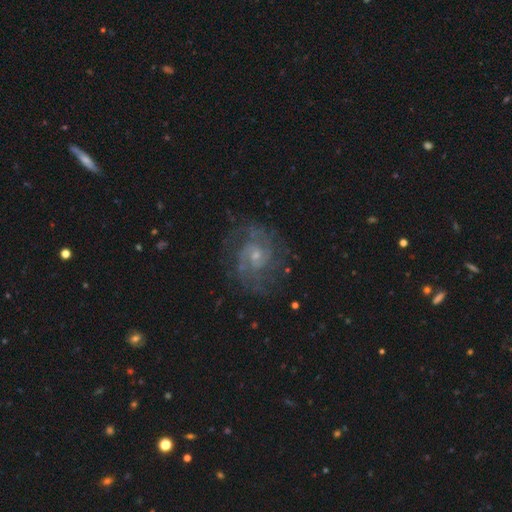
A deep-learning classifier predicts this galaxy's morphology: Smooth or featured?
  - featured or disk: 86% *
  - smooth: 7%
  - star or artifact: 7%
Edge-on disk?
  - no: 98% *
  - yes: 2%
Bar?
  - no: 58% *
  - weak: 37%
  - strong: 5%
Spiral arms?
  - yes: 96% *
  - no: 4%
Spiral winding?
  - medium: 46% *
  - tight: 43%
  - loose: 11%
Spiral arm count?
  - 2: 54% *
  - can't tell: 19%
  - 3: 14%
  - 4: 5%
  - 1: 4%
  - more than 4: 4%
Bulge size?
  - small: 67% *
  - moderate: 27%
  - none: 4%
  - large: 1%
  - dominant: 1%
Merging?
  - none: 74% *
  - minor disturbance: 16%
  - major disturbance: 9%
  - merger: 1%